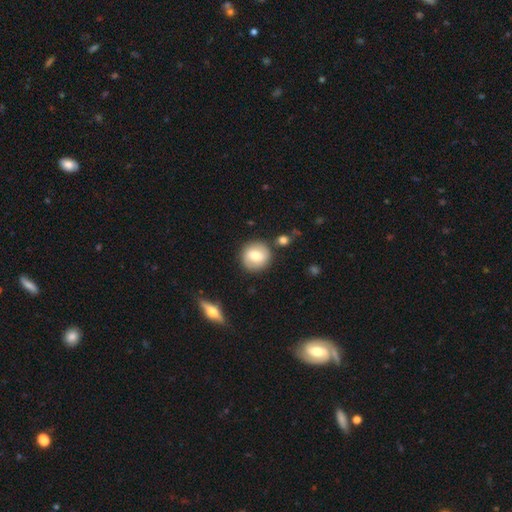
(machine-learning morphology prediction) Smooth or featured? Predicted: smooth (p=0.69). How rounded? Predicted: round (p=0.90). Merging? Predicted: none (p=0.85).